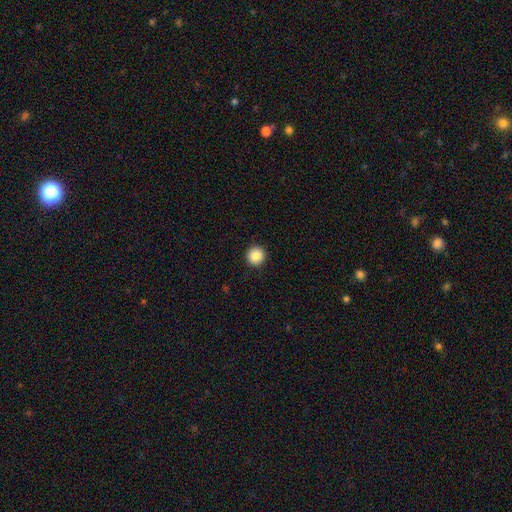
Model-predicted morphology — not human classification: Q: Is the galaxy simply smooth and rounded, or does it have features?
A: smooth — 88%.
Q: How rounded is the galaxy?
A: round — 95%.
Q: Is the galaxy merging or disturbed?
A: none — 93%.